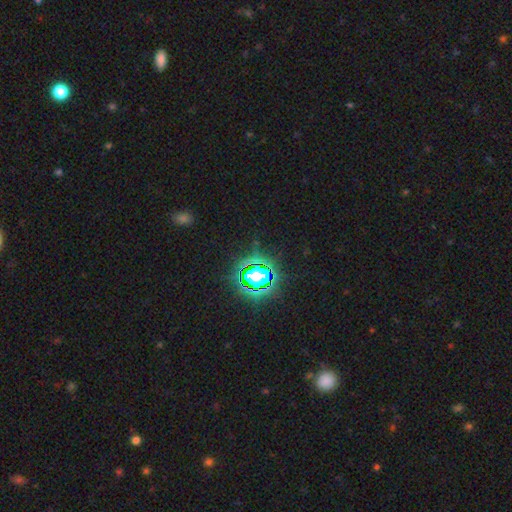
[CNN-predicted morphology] A star or artifact, not a galaxy (80%).

Vote fractions:
- Smooth or featured? star or artifact: 80% / smooth: 13% / featured or disk: 7%